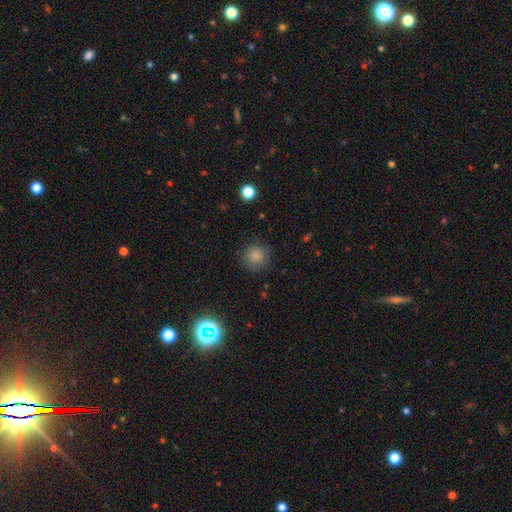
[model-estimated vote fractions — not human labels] This is clearly a smooth galaxy (83%). How rounded: clearly round (93%). Merging: clearly none (85%).